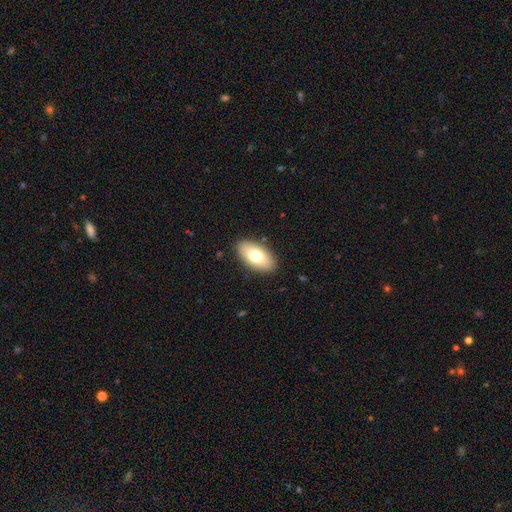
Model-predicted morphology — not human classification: Smooth or featured? smooth (72%)
How rounded? in between (93%)
Merging? none (87%)